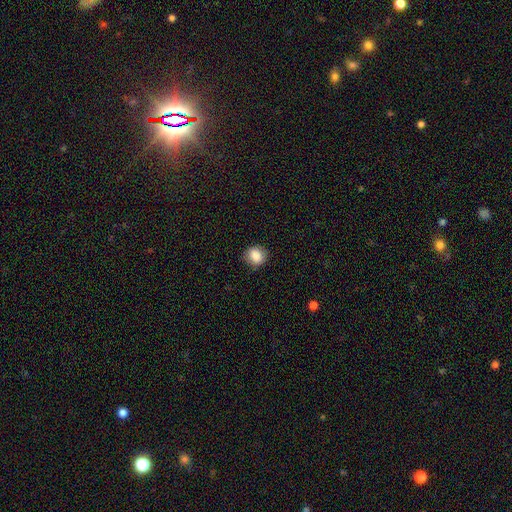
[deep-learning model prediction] A smooth galaxy with no disk features (85%) that is round (77%).

Vote fractions:
- Smooth or featured? smooth: 85% / star or artifact: 9% / featured or disk: 6%
- How rounded? round: 77% / in between: 22% / cigar-shaped: 1%
- Merging? none: 84% / minor disturbance: 12% / major disturbance: 3% / merger: 1%